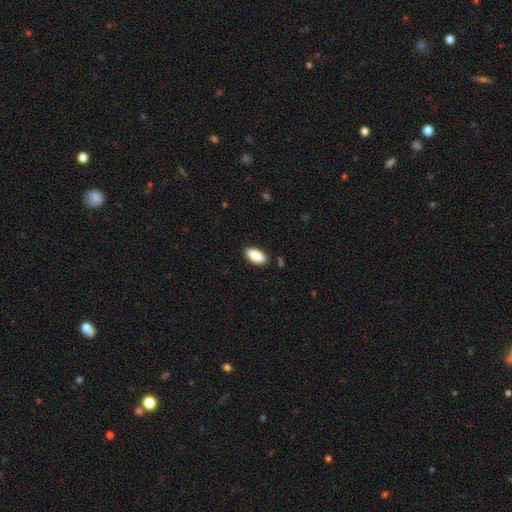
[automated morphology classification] Overall: smooth (87%). How rounded: in between (90%). Merging: none (88%).